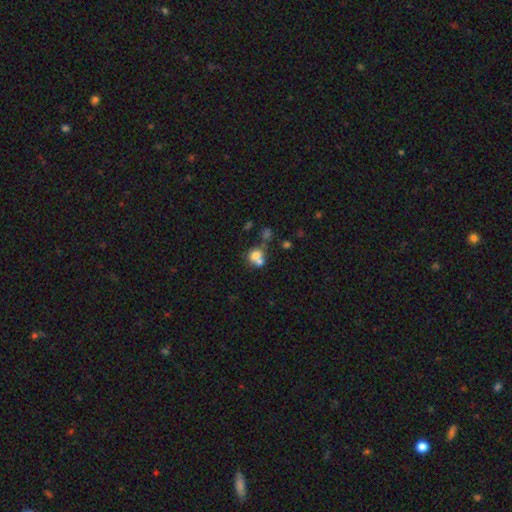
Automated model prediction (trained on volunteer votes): smooth_or_featured: smooth (p=0.72) [alt: featured or disk p=0.16]
how_rounded: round (p=0.71) [alt: in between p=0.28]
merging: merger (p=0.52) [alt: none p=0.34]